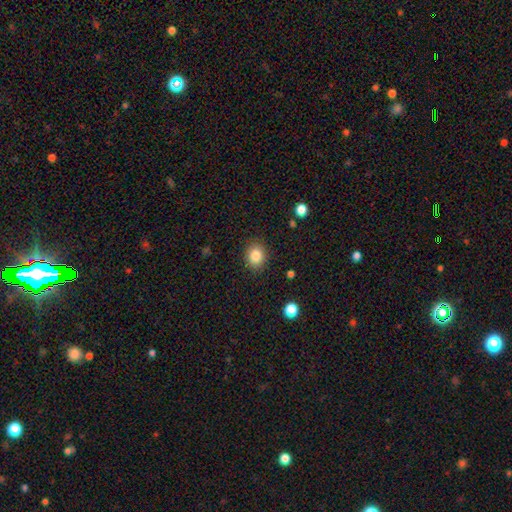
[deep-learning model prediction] A smooth galaxy with no disk features (84%) that is round (67%). Merging: none (88%).